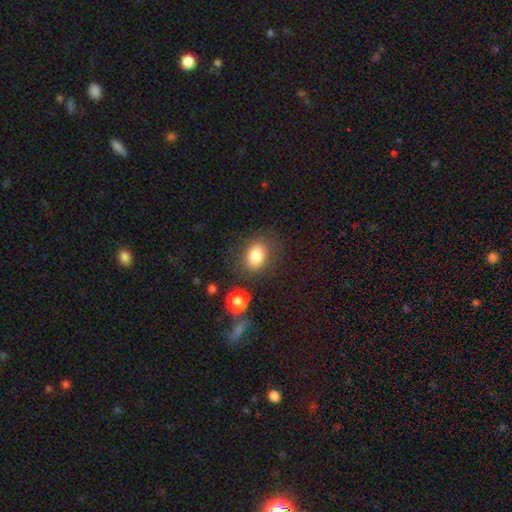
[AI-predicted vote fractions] A smooth galaxy with no disk features (84%) that is in between round and cigar-shaped (71%). Merging: none (76%).